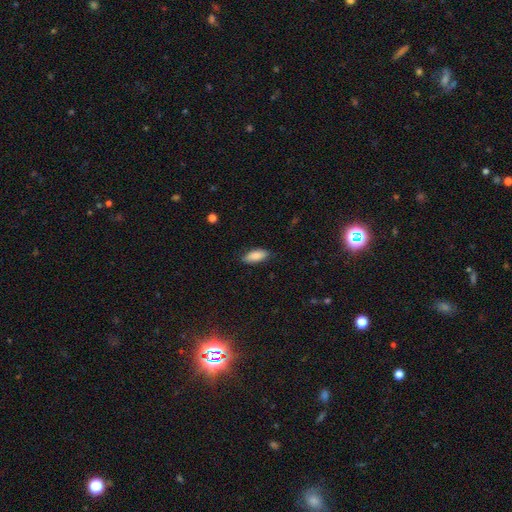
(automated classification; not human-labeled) smooth_or_featured: smooth (p=0.86) [alt: featured or disk p=0.08]
how_rounded: in between (p=0.78) [alt: cigar-shaped p=0.20]
merging: none (p=0.83) [alt: minor disturbance p=0.13]